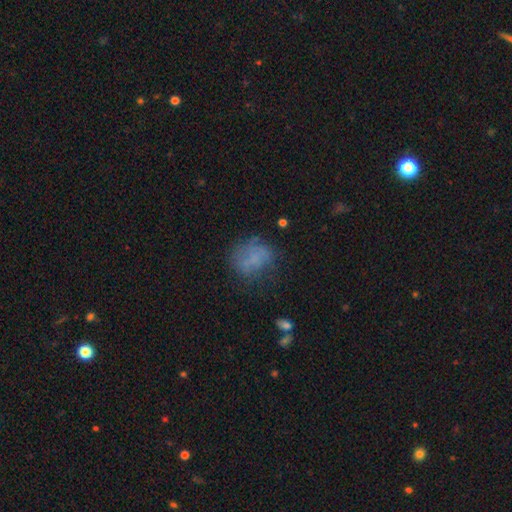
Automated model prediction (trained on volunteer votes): A smooth galaxy with no disk features (58%) that is round (55%).

Vote fractions:
- Smooth or featured? smooth: 58% / featured or disk: 27% / star or artifact: 15%
- How rounded? round: 55% / in between: 43% / cigar-shaped: 1%
- Merging? none: 54% / minor disturbance: 23% / major disturbance: 19% / merger: 4%